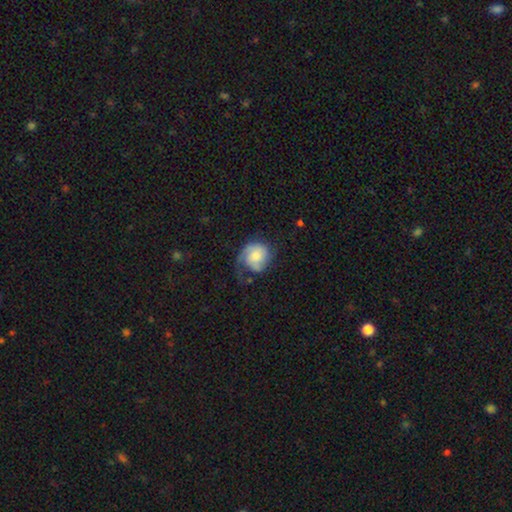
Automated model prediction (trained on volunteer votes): A featured or disk galaxy (50%). Merging: none (39%).